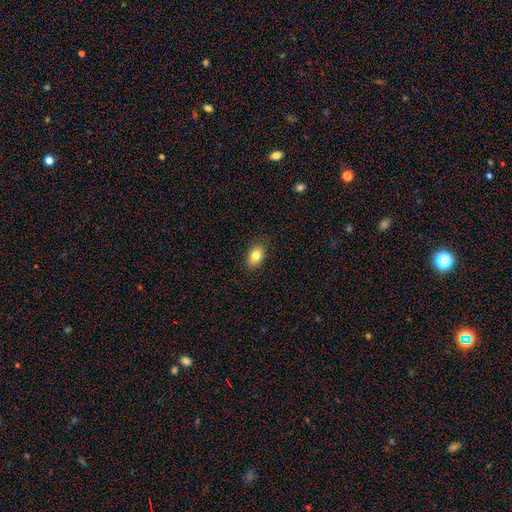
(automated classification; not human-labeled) smooth-or-featured: smooth: 82% | featured or disk: 9% | star or artifact: 9%
  how-rounded: in between: 84% | round: 14% | cigar-shaped: 1%
  merging: none: 87% | minor disturbance: 10% | major disturbance: 2% | merger: 1%